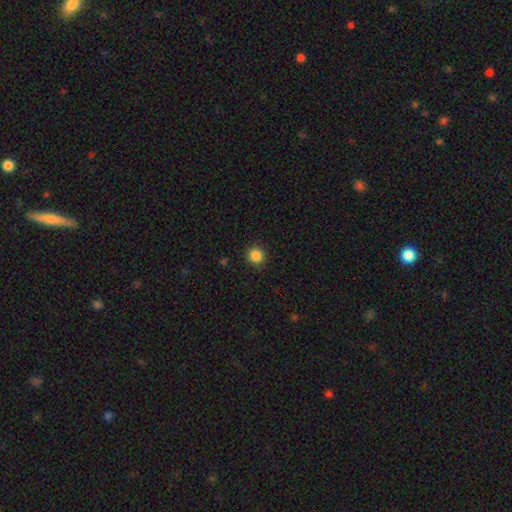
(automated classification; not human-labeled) smooth-or-featured: smooth: 86% | star or artifact: 11% | featured or disk: 3%
  how-rounded: round: 94% | in between: 5% | cigar-shaped: 1%
  merging: none: 92% | minor disturbance: 5% | major disturbance: 2% | merger: 1%